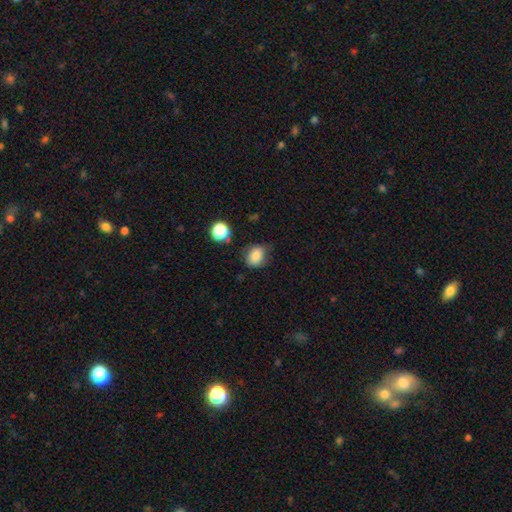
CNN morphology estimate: Smooth or featured? smooth (82%)
How rounded? round (54%)
Merging? none (62%)